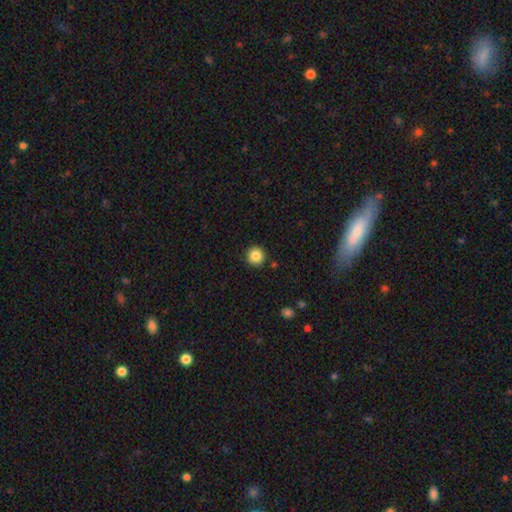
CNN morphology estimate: type=smooth (86%); roundness=round (96%); merging=none (92%).